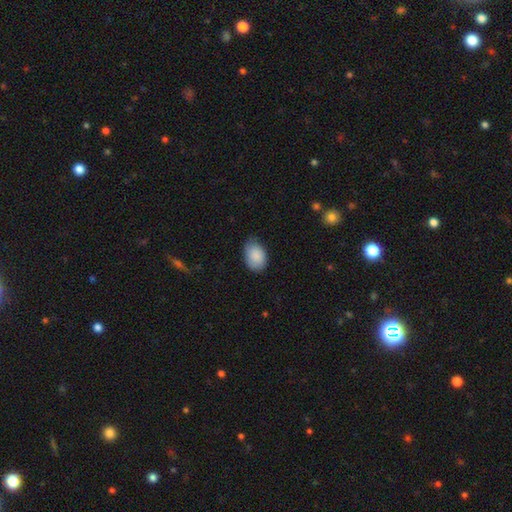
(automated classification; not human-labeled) This appears to be a smooth galaxy with no disk features (86%) that is in between round and cigar-shaped (86%). Merging: none (67%).